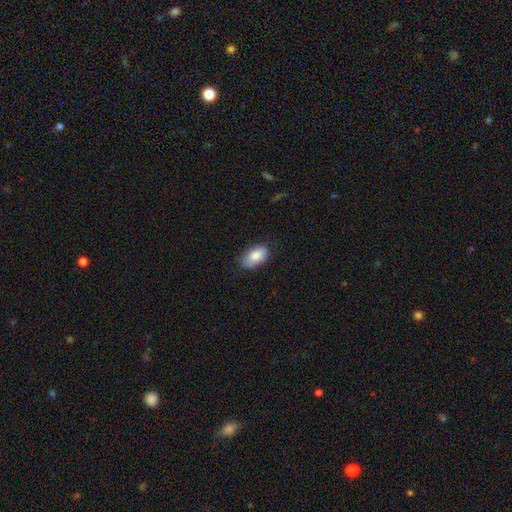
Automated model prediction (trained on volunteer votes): Morphology: type=smooth (83%); roundness=in between (94%); merging=none (76%).